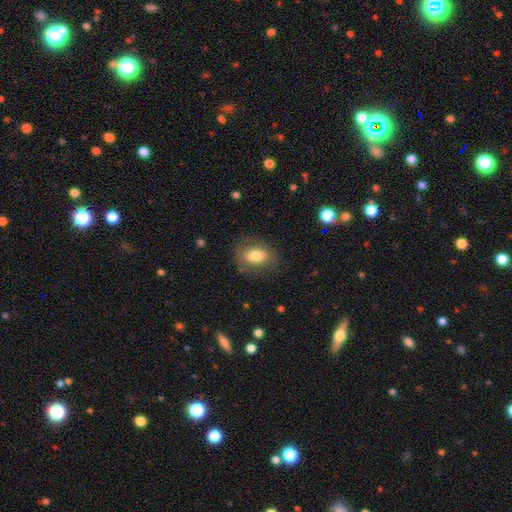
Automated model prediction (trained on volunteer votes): A smooth galaxy with no disk features (76%) that is in between round and cigar-shaped (68%). Merging: none (79%).